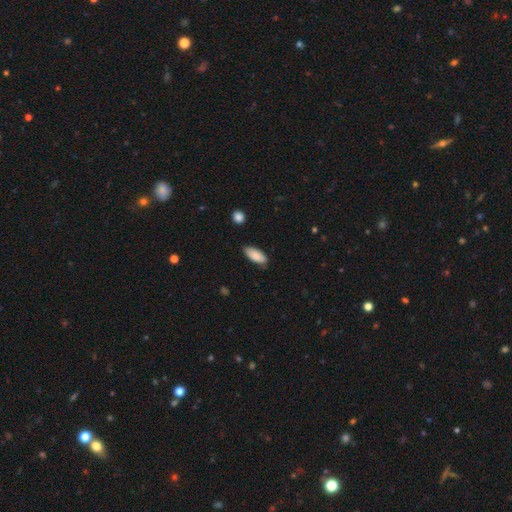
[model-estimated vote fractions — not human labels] This is clearly a smooth galaxy (88%). How rounded: clearly in between (85%). Merging: likely none (77%).